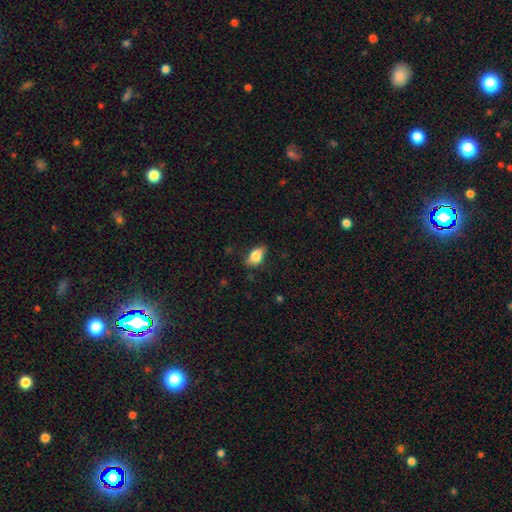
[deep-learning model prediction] Smooth or featured? Predicted: smooth (p=0.75). How rounded? Predicted: in between (p=0.86). Merging? Predicted: none (p=0.70).